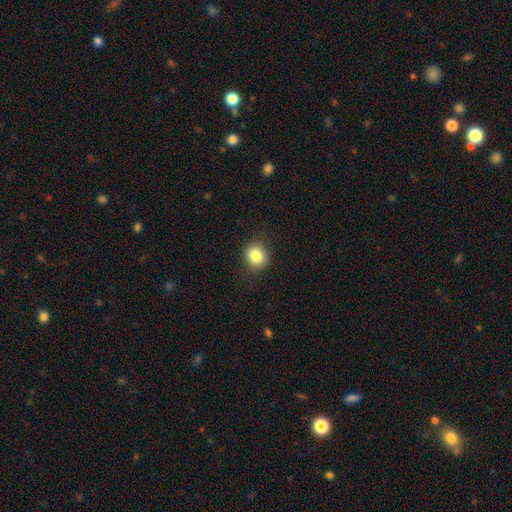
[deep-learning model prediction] This is clearly a smooth galaxy (84%). How rounded: clearly round (81%). Merging: clearly none (87%).